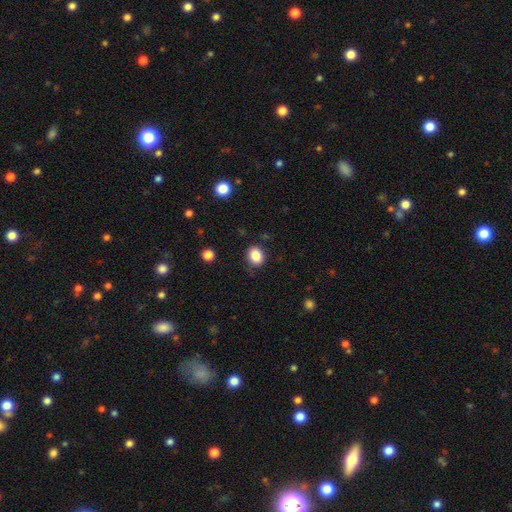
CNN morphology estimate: type=smooth (86%); roundness=round (52%); merging=none (83%).